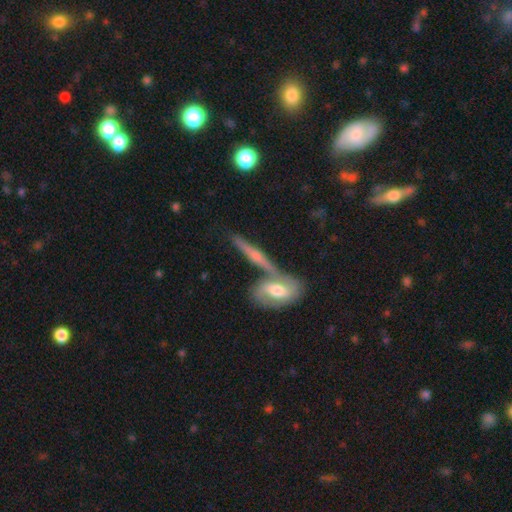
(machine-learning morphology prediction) Smooth or featured?
  - featured or disk: 65% *
  - smooth: 27%
  - star or artifact: 8%
Edge-on disk?
  - yes: 78% *
  - no: 22%
Edge-on bulge?
  - rounded: 74% *
  - none: 17%
  - boxy: 9%
Merging?
  - none: 48% *
  - merger: 36%
  - minor disturbance: 11%
  - major disturbance: 5%